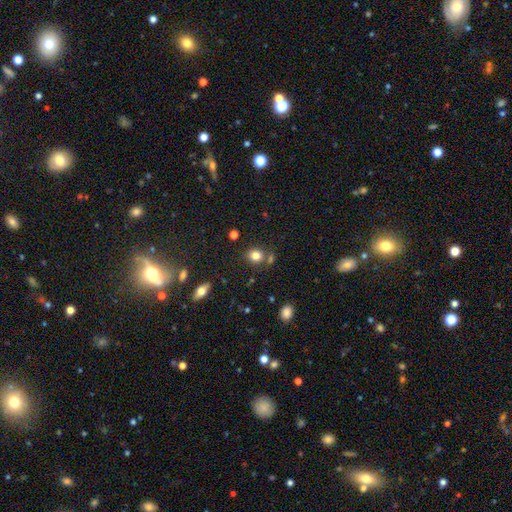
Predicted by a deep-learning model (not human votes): This appears to be a smooth galaxy with no disk features (80%) that is round (76%). Merging: none (73%).